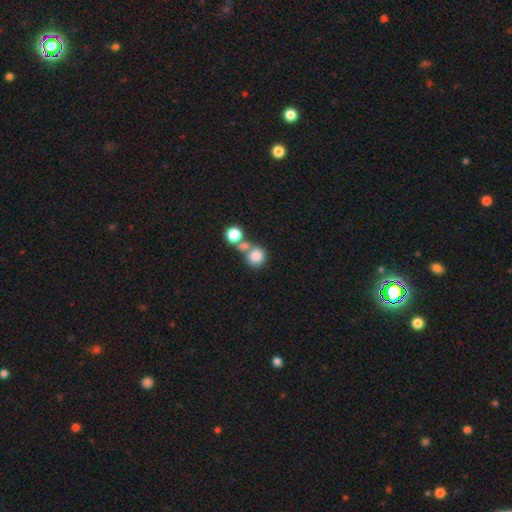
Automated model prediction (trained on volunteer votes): Overall: smooth (81%). How rounded: round (88%). Merging: none (46%; merger 40%).